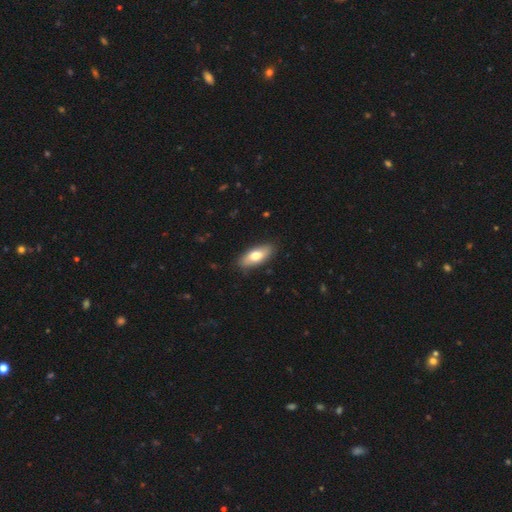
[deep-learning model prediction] Smooth or featured: smooth — 71% (featured or disk — 24%)
How rounded: in between — 83% (cigar-shaped — 15%)
Merging: none — 86% (minor disturbance — 11%)